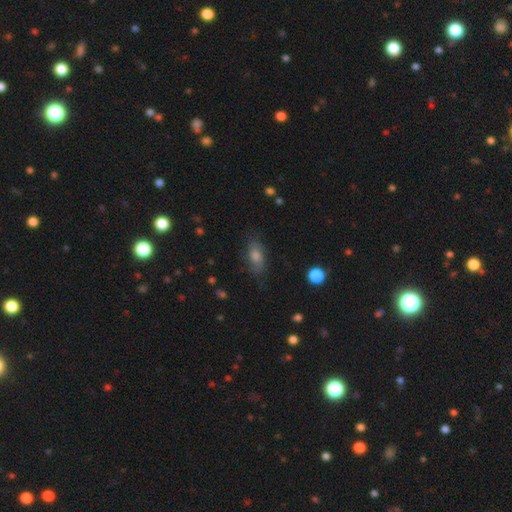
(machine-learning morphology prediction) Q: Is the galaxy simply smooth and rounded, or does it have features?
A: smooth — 48%.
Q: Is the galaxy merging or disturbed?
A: none — 75%.